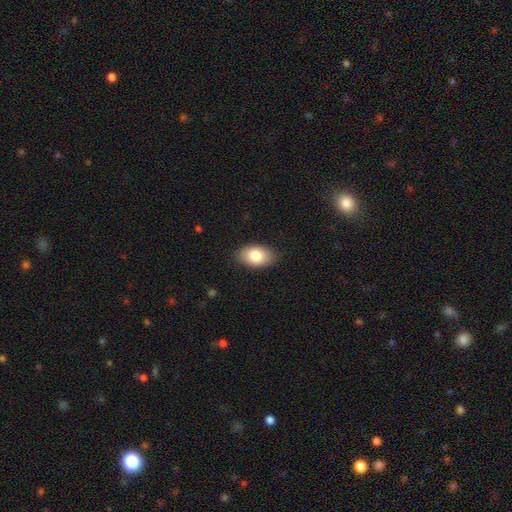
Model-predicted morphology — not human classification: Smooth or featured? smooth (81%)
How rounded? in between (91%)
Merging? none (86%)